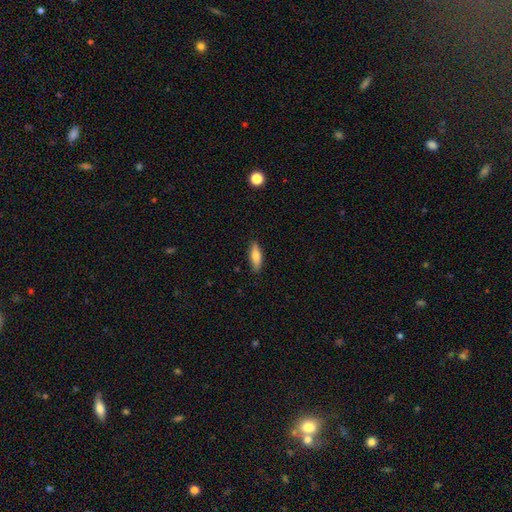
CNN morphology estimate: The model was most divided on "how rounded": in between: 50%, cigar-shaped: 48%, round: 2%. More confident: merging — none (87%); smooth or featured — smooth (71%).